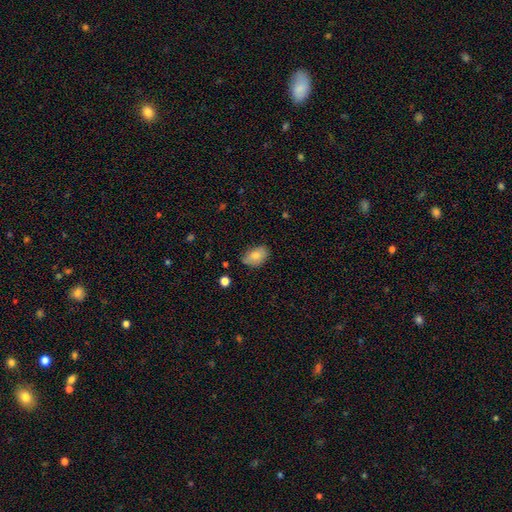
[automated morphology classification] smooth_or_featured: smooth (p=0.80) [alt: featured or disk p=0.13]
how_rounded: in between (p=0.89) [alt: round p=0.10]
merging: none (p=0.73) [alt: minor disturbance p=0.22]